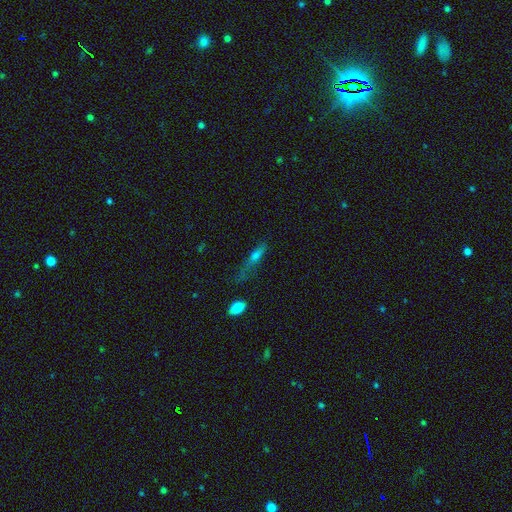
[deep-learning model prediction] smooth-or-featured: smooth: 57% | featured or disk: 27% | star or artifact: 16%
  how-rounded: cigar-shaped: 68% | in between: 27% | round: 5%
  merging: none: 46% | minor disturbance: 26% | major disturbance: 21% | merger: 7%